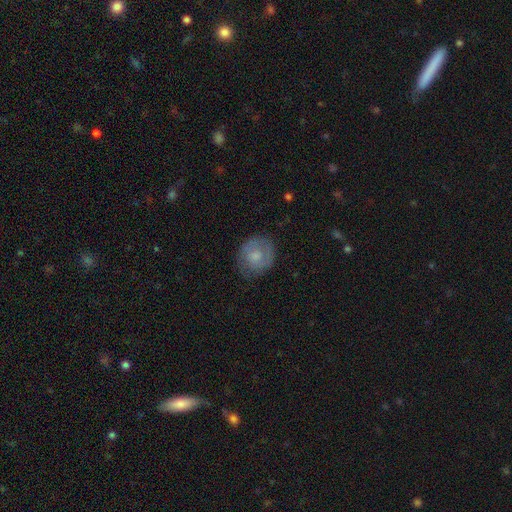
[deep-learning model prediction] Q: Smooth or featured?
A: smooth (58%); runner-up: featured or disk (35%)
Q: How rounded?
A: round (79%); runner-up: in between (20%)
Q: Merging?
A: none (69%); runner-up: minor disturbance (21%)